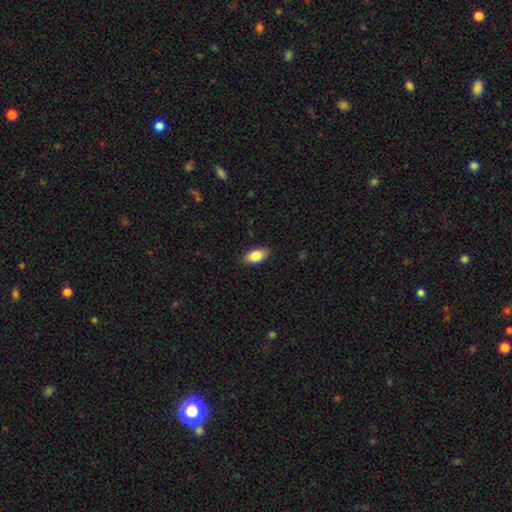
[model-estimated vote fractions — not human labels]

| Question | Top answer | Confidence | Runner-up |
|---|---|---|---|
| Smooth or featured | smooth | 82% | featured or disk (11%) |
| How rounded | in between | 91% | cigar-shaped (5%) |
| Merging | none | 86% | minor disturbance (11%) |